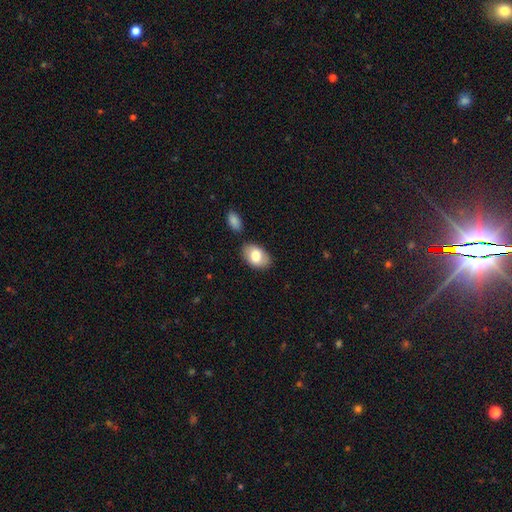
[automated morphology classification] smooth 77%, featured or disk 17%, star or artifact 6%. Down the decision tree: how rounded — in between (90%); merging — none (76%).